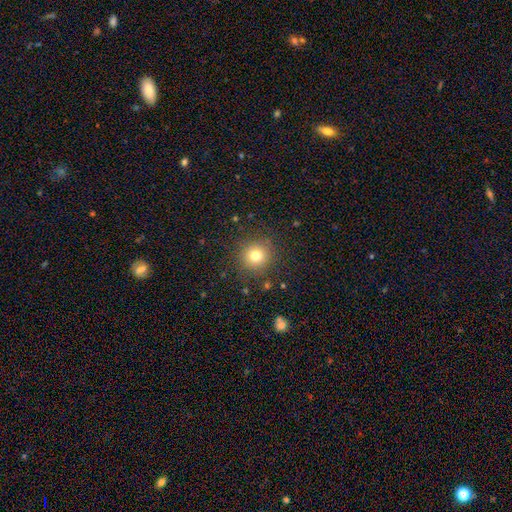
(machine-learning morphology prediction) smooth_or_featured: smooth (p=0.77) [alt: star or artifact p=0.14]
how_rounded: round (p=0.93) [alt: in between p=0.06]
merging: none (p=0.88) [alt: minor disturbance p=0.07]